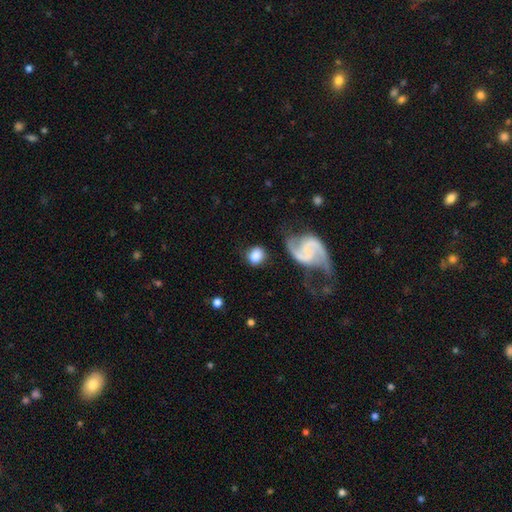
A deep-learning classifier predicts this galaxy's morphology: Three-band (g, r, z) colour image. It shows a smooth galaxy with no disk features (64%) that is round (69%). Merging: none (69%).